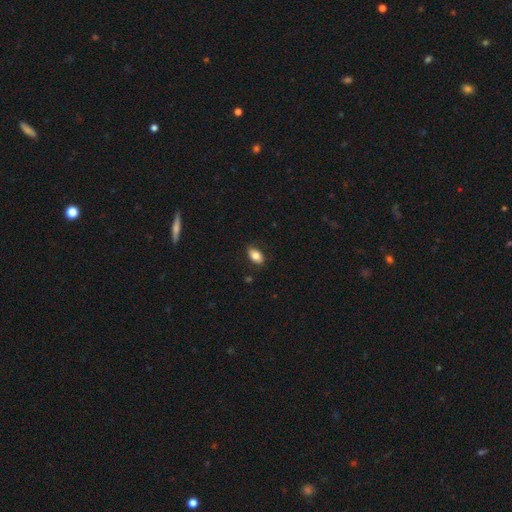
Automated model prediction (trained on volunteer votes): Overall: smooth (81%). How rounded: in between (91%). Merging: none (86%).